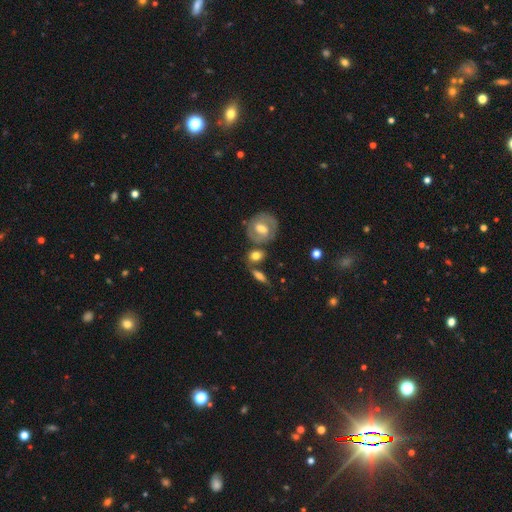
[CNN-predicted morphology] Smooth or featured?
  - smooth: 58% *
  - featured or disk: 34%
  - star or artifact: 8%
How rounded?
  - in between: 54% *
  - round: 34%
  - cigar-shaped: 12%
Merging?
  - none: 61% *
  - merger: 18%
  - minor disturbance: 15%
  - major disturbance: 6%